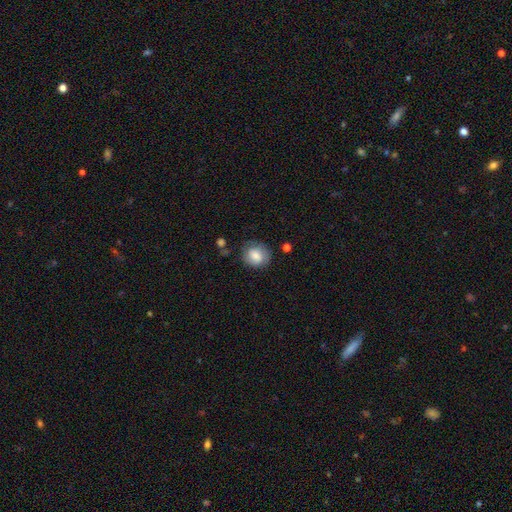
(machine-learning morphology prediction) Q: Smooth or featured?
A: smooth (76%); runner-up: featured or disk (17%)
Q: How rounded?
A: round (69%); runner-up: in between (30%)
Q: Merging?
A: none (71%); runner-up: minor disturbance (20%)